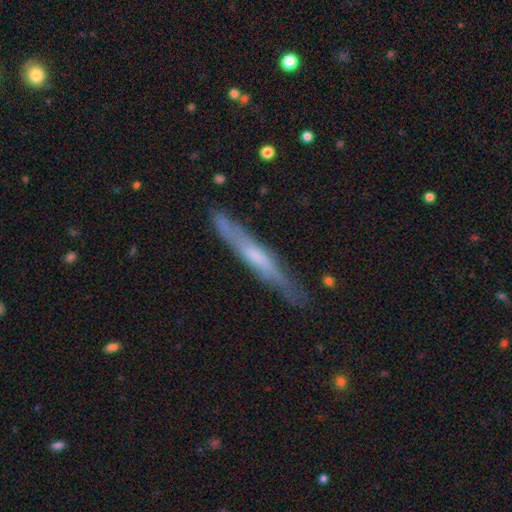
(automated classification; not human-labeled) featured or disk 56%, smooth 38%, star or artifact 6%. Down the decision tree: edge-on disk — yes (88%); merging — none (80%).